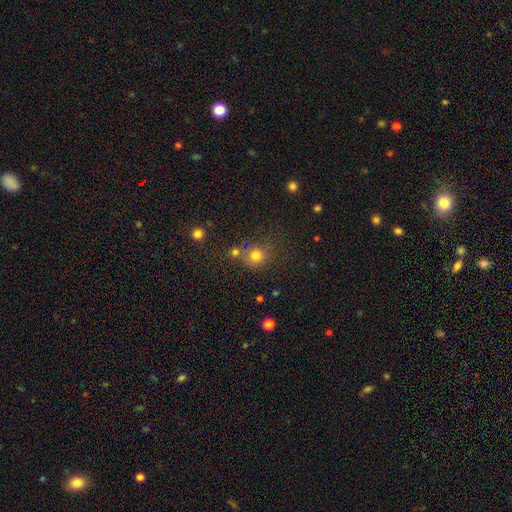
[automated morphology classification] Smooth or featured? Predicted: smooth (p=0.78). How rounded? Predicted: round (p=0.87). Merging? Predicted: none (p=0.61).